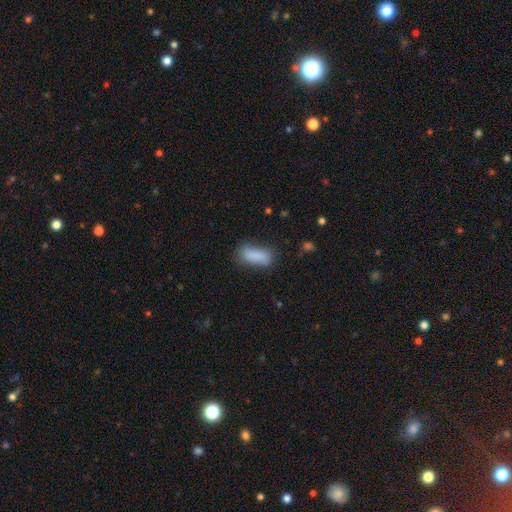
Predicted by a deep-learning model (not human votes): The model was most divided on "merging": none: 64%, minor disturbance: 24%, major disturbance: 9%, merger: 3%. More confident: smooth or featured — smooth (85%); how rounded — in between (75%).